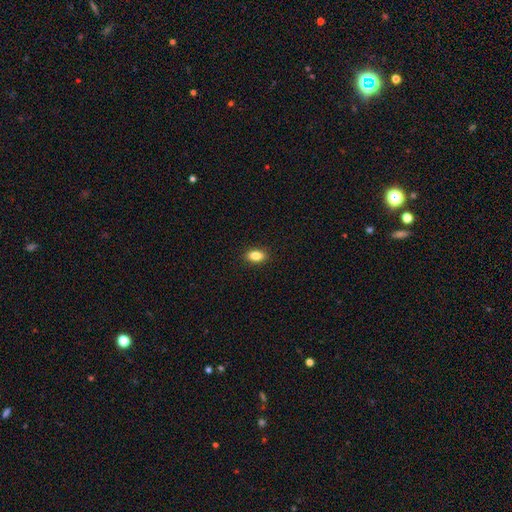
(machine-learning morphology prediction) smooth 84%, star or artifact 8%, featured or disk 7%. Down the decision tree: how rounded — in between (86%); merging — none (90%).